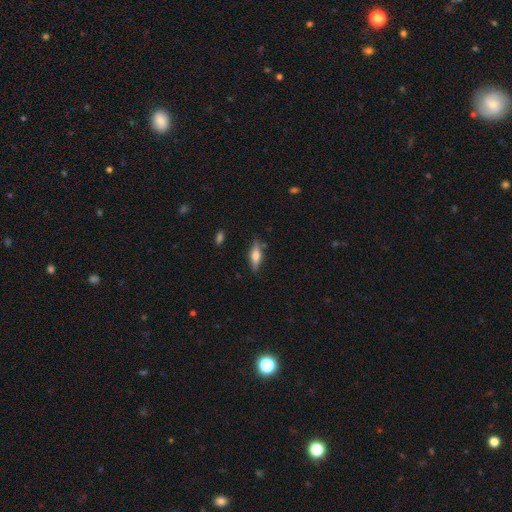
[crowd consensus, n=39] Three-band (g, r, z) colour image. It shows a smooth galaxy with no disk features (56%) that is cigar-shaped (55%). Merging: none (89%).